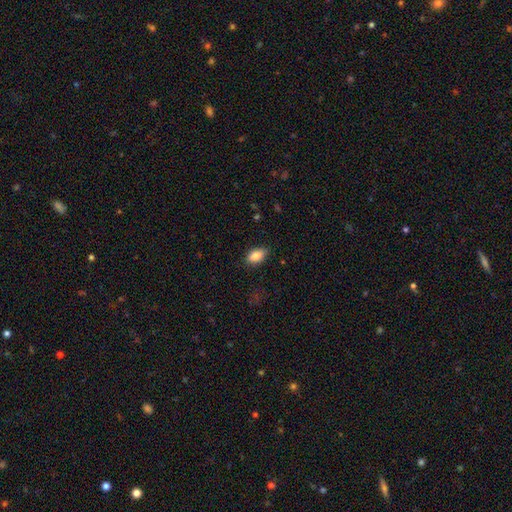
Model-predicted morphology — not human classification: This is clearly a smooth galaxy (85%). How rounded: clearly in between (90%). Merging: clearly none (83%).